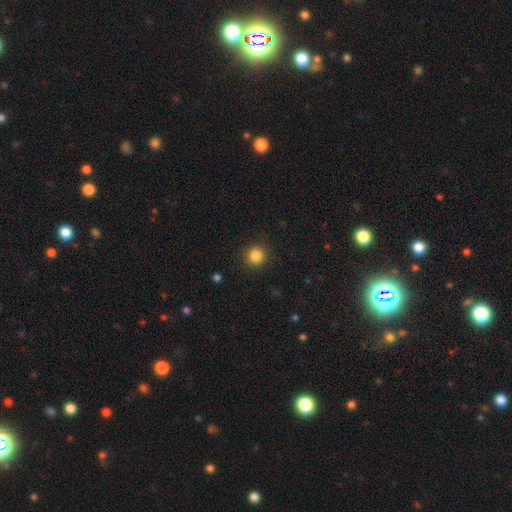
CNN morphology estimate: Smooth or featured? Predicted: smooth (p=0.85). How rounded? Predicted: round (p=0.94). Merging? Predicted: none (p=0.91).